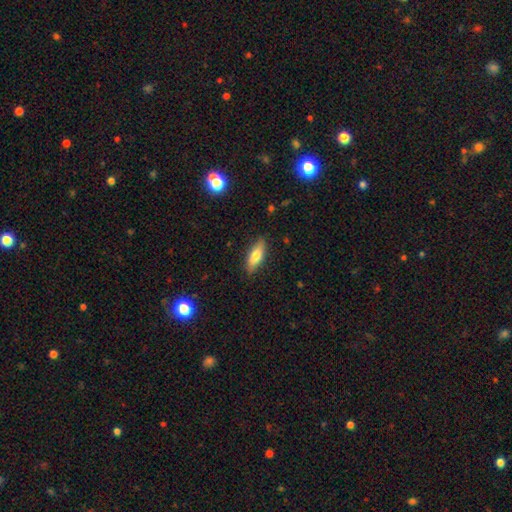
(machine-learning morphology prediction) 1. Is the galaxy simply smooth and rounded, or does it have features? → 71% smooth, 23% featured or disk, 7% star or artifact.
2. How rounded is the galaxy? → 61% in between, 36% cigar-shaped, 3% round.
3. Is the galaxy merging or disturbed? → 85% none, 11% minor disturbance, 2% major disturbance, 1% merger.